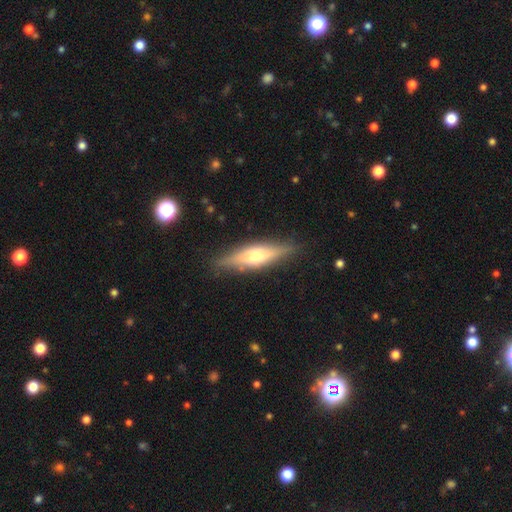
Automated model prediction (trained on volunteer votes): A featured or disk galaxy (53%) viewed edge-on (91%).

Vote fractions:
- Smooth or featured? featured or disk: 53% / smooth: 40% / star or artifact: 7%
- Edge-on disk? yes: 91% / no: 9%
- Merging? none: 84% / minor disturbance: 12% / major disturbance: 3% / merger: 1%